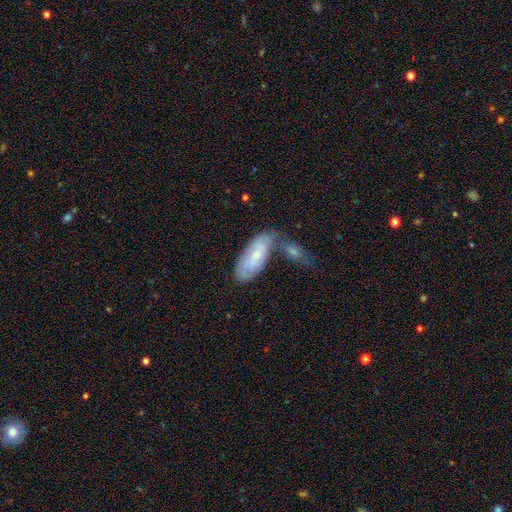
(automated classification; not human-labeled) Smooth or featured: smooth — 61% (featured or disk — 33%)
How rounded: in between — 80% (cigar-shaped — 18%)
Merging: none — 43% (merger — 32%)